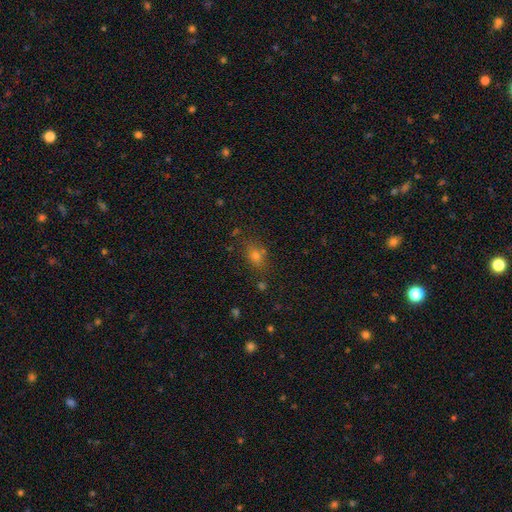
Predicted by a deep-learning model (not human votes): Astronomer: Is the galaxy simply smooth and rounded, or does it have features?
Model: smooth — 65%.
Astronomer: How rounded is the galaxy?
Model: in between — 56% (runner-up: round, 41%).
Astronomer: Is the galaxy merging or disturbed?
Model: none — 76%.